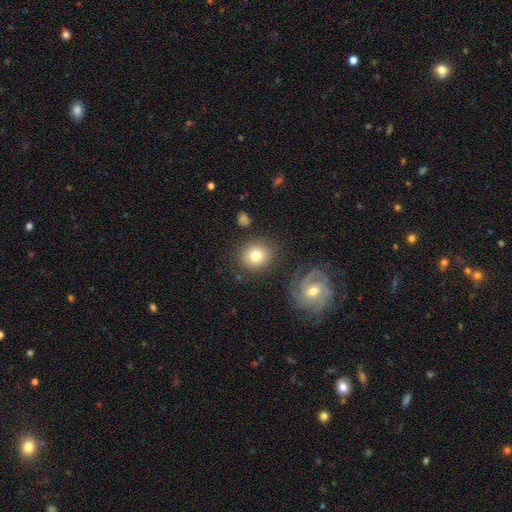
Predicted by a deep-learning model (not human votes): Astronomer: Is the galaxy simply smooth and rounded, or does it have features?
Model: smooth — 77%.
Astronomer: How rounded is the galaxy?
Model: round — 83%.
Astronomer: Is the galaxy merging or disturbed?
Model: none — 83%.